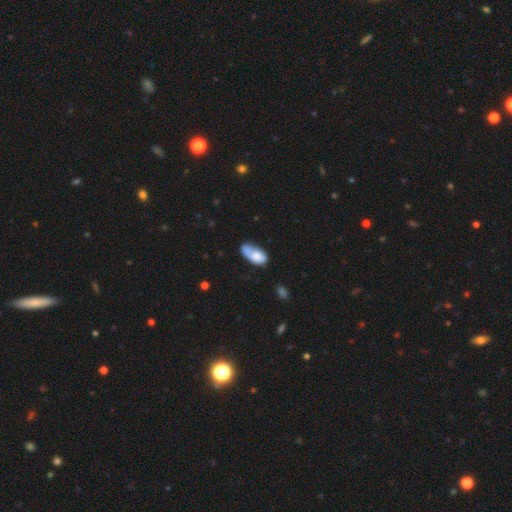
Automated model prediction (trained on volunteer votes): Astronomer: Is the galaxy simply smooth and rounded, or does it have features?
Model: smooth — 73%.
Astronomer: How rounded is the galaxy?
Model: in between — 91%.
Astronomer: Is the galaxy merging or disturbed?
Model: merger — 30% (runner-up: none, 28%).